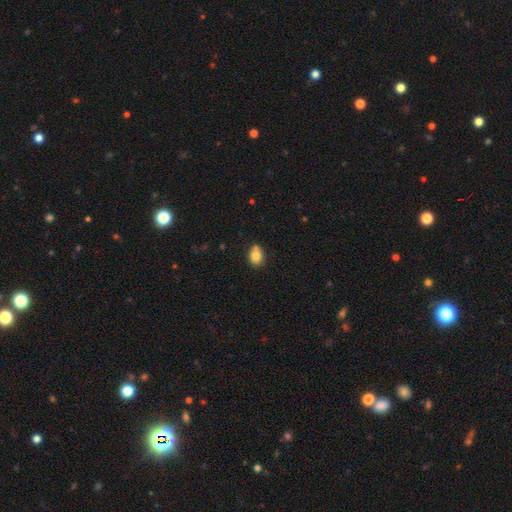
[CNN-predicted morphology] Smooth or featured? Predicted: smooth (p=0.80). How rounded? Predicted: in between (p=0.54). Merging? Predicted: none (p=0.58).